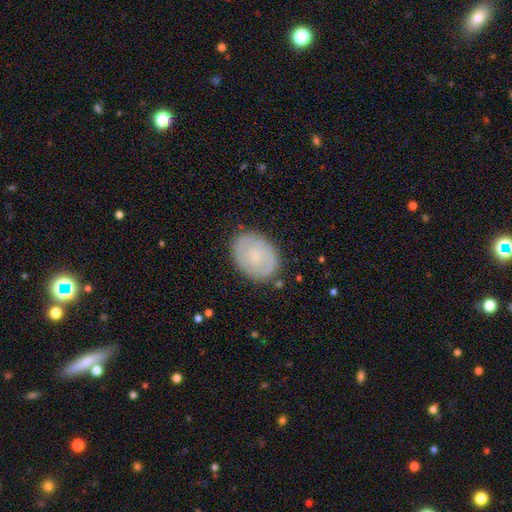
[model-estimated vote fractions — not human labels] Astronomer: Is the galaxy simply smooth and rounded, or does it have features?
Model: smooth — 50% (runner-up: featured or disk, 42%).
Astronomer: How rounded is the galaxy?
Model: in between — 66%.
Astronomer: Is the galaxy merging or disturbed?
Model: none — 84%.